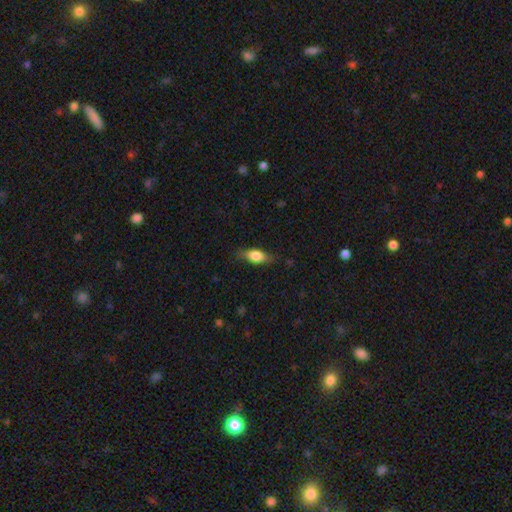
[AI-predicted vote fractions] This appears to be a smooth galaxy with no disk features (70%) that is in between round and cigar-shaped (77%). Merging: none (75%).